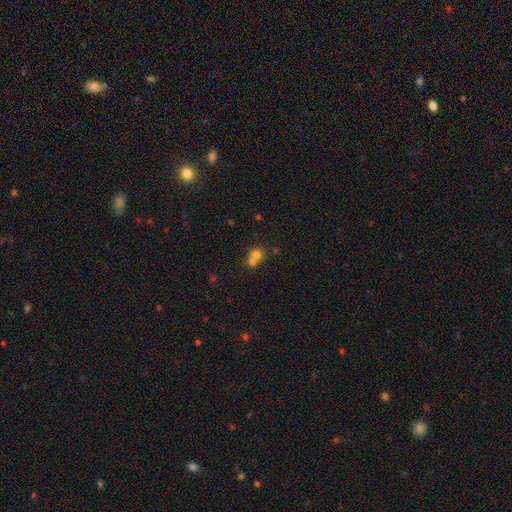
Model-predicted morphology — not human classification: This appears to be a smooth galaxy with no disk features (72%) that is round (82%). Merging: merger (59%).